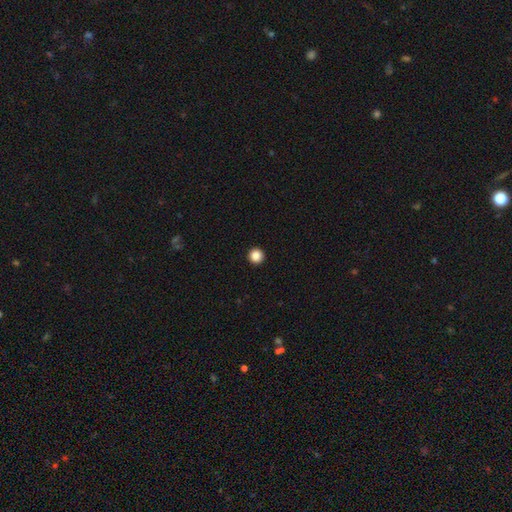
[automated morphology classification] The model was most divided on "smooth or featured": smooth: 86%, star or artifact: 11%, featured or disk: 3%. More confident: how rounded — round (97%); merging — none (94%).